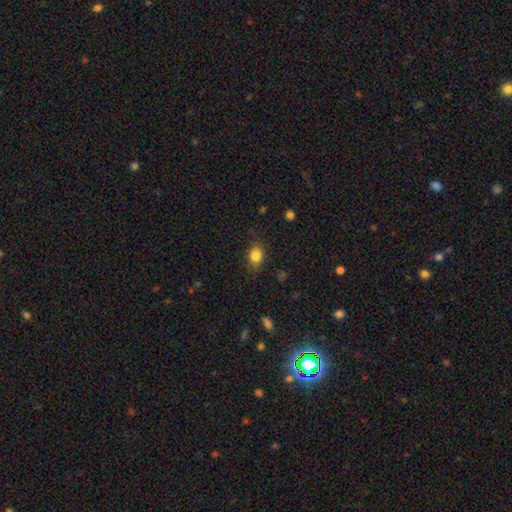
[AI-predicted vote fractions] This is clearly a smooth galaxy (84%). How rounded: likely in between (61%). Merging: clearly none (80%).